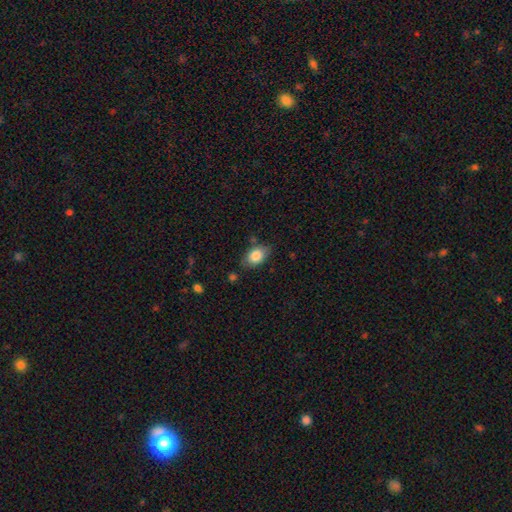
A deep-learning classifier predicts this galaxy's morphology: The model was most divided on "merging": none: 74%, minor disturbance: 19%, major disturbance: 4%, merger: 3%. More confident: how rounded — in between (85%); smooth or featured — smooth (83%).